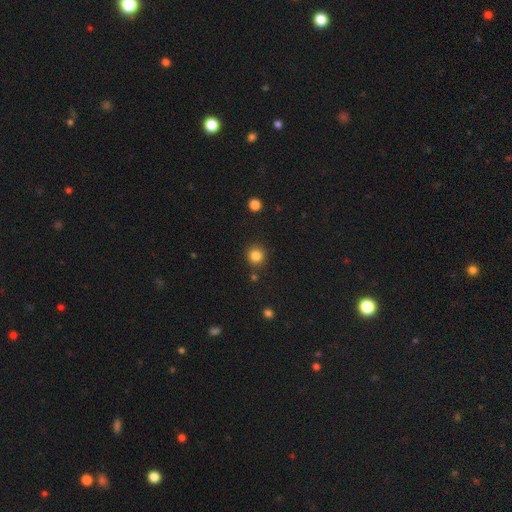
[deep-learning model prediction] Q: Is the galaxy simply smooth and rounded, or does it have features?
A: smooth — 84%.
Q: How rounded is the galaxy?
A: round — 92%.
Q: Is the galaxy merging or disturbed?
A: none — 86%.